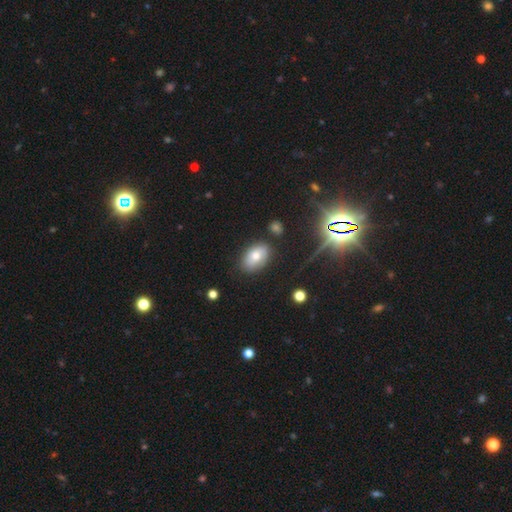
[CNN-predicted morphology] smooth-or-featured: smooth: 67% | featured or disk: 18% | star or artifact: 15%
  how-rounded: in between: 89% | round: 10% | cigar-shaped: 1%
  merging: none: 79% | minor disturbance: 15% | major disturbance: 4% | merger: 3%